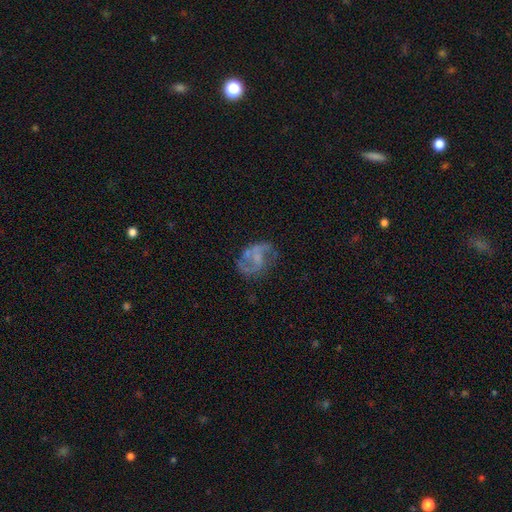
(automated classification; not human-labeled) Smooth or featured? featured or disk (70%)
Edge-on disk? no (98%)
Bar? no (50%)
Spiral arms? yes (78%)
Spiral winding? loose (45%)
Spiral arm count? 2 (80%)
Bulge size? none (52%)
Merging? none (56%)